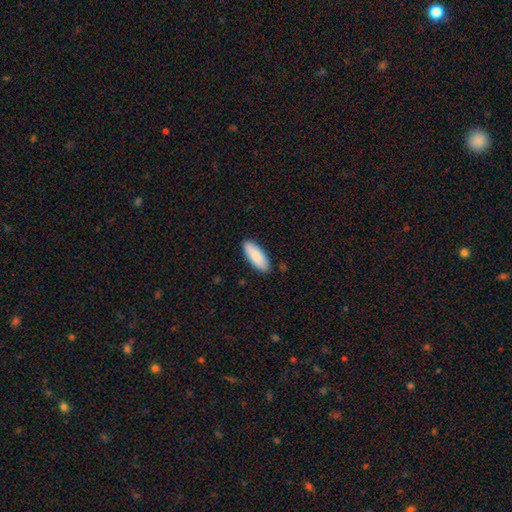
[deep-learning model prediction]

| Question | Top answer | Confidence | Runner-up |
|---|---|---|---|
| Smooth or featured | smooth | 87% | featured or disk (8%) |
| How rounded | in between | 75% | cigar-shaped (23%) |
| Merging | none | 88% | minor disturbance (9%) |